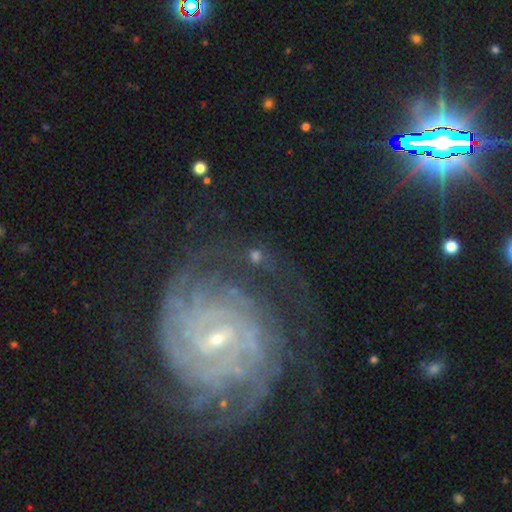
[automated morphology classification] featured or disk 47%, smooth 29%, star or artifact 24%. Down the decision tree: merging — none (70%).